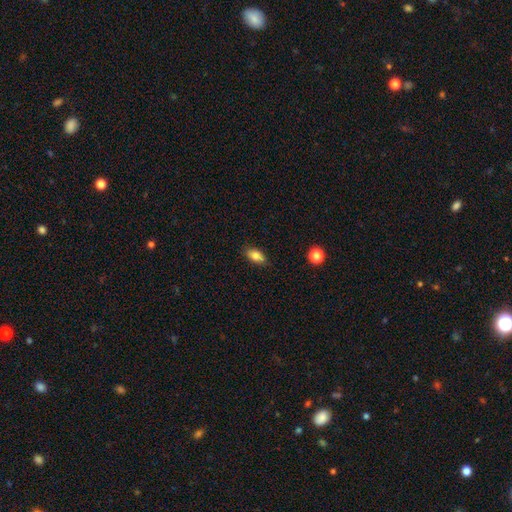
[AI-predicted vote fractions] smooth 81%, featured or disk 11%, star or artifact 8%. Down the decision tree: how rounded — in between (88%); merging — none (86%).